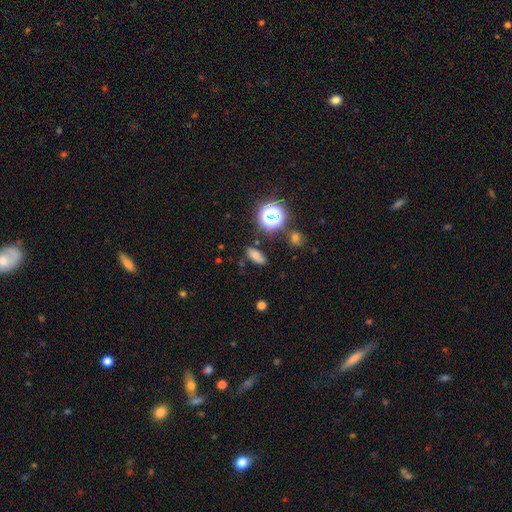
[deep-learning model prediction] smooth-or-featured: smooth: 69% | star or artifact: 21% | featured or disk: 9%
  how-rounded: in between: 75% | cigar-shaped: 15% | round: 11%
  merging: none: 81% | minor disturbance: 12% | major disturbance: 4% | merger: 3%